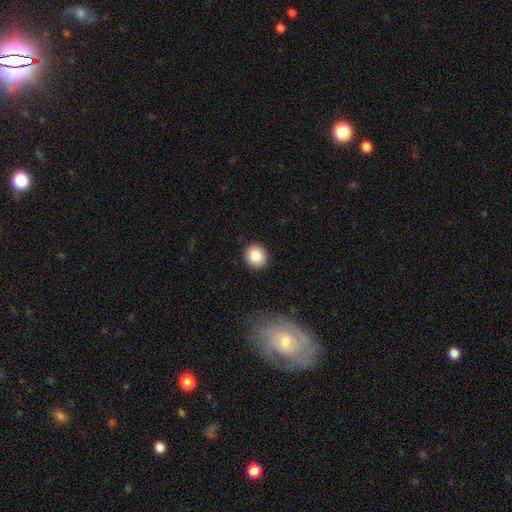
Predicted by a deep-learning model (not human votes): Q: Smooth or featured?
A: smooth (84%); runner-up: star or artifact (9%)
Q: How rounded?
A: round (85%); runner-up: in between (14%)
Q: Merging?
A: none (91%); runner-up: minor disturbance (6%)